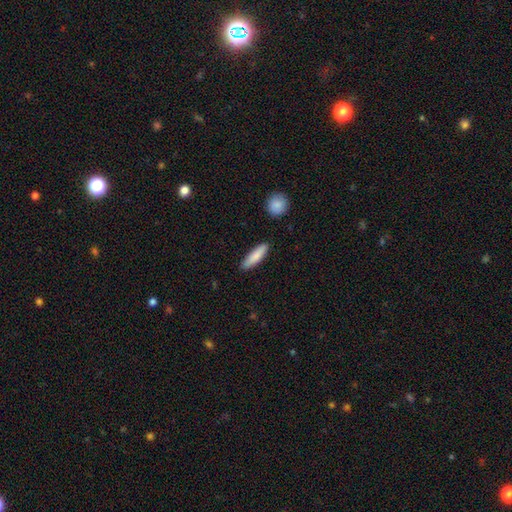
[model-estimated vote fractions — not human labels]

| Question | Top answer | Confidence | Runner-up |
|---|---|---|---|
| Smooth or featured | smooth | 85% | featured or disk (10%) |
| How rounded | cigar-shaped | 69% | in between (29%) |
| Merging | none | 88% | minor disturbance (9%) |